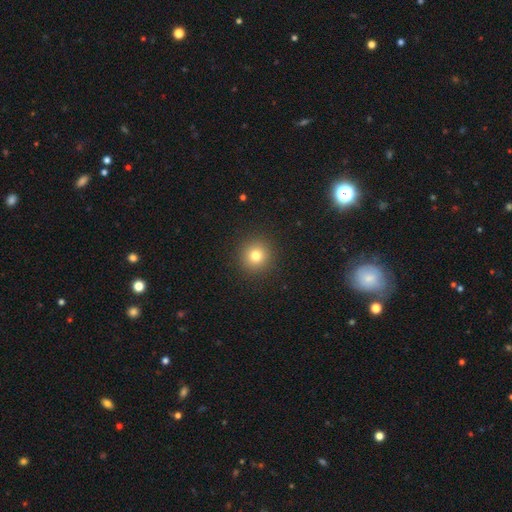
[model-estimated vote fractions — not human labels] Morphology: type=smooth (79%); roundness=round (95%); merging=none (92%).